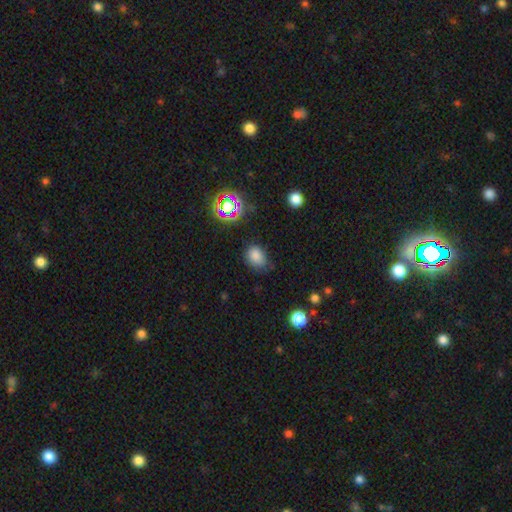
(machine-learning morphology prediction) This appears to be a smooth galaxy with no disk features (78%) that is in between round and cigar-shaped (66%). Merging: none (68%).